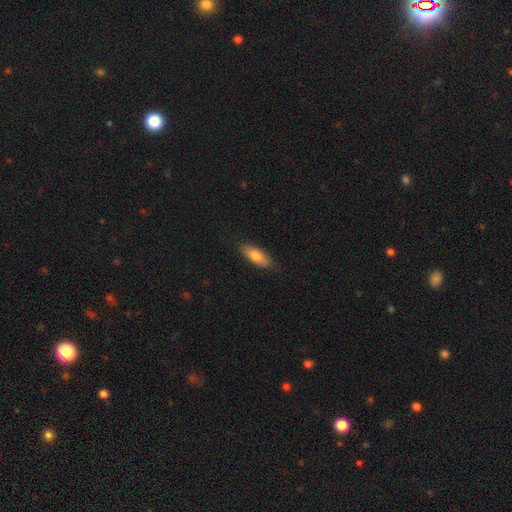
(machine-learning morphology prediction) The model was most divided on "how rounded": in between: 72%, cigar-shaped: 26%, round: 2%. More confident: merging — none (84%); smooth or featured — smooth (77%).